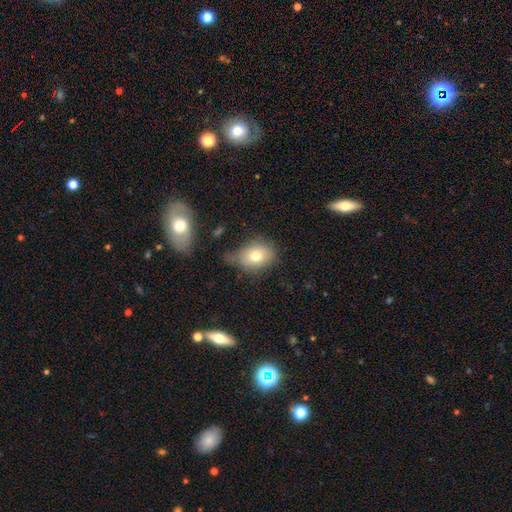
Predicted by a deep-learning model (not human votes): Overall: smooth (73%). How rounded: in between (53%; round 46%). Merging: none (54%; minor disturbance 29%).